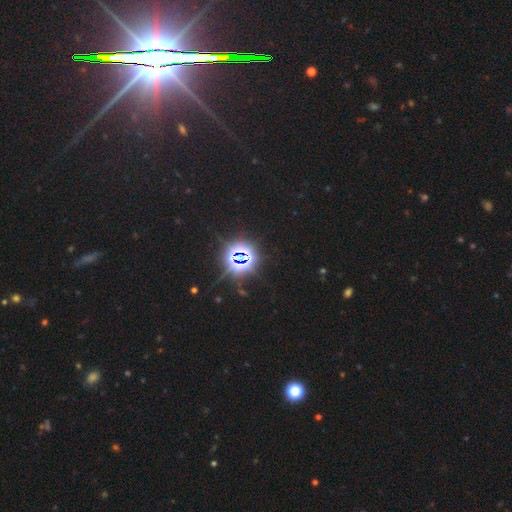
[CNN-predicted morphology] Smooth or featured: star or artifact — 83% (smooth — 9%)